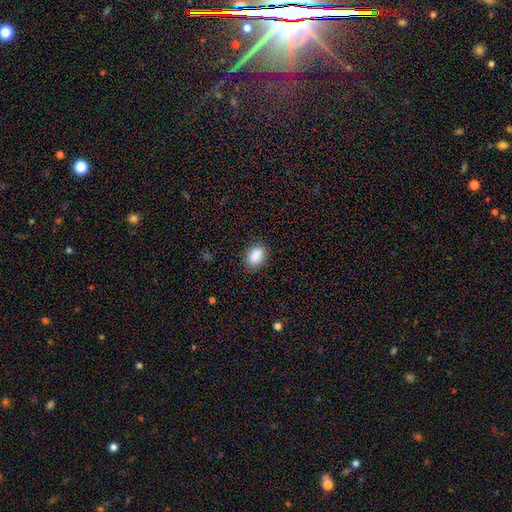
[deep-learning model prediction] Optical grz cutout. It shows a smooth galaxy with no disk features (87%) that is in between round and cigar-shaped (82%). Merging: none (81%).